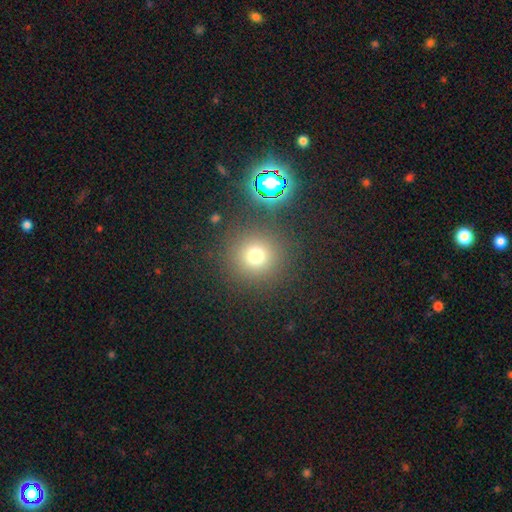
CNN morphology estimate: This appears to be a smooth galaxy with no disk features (71%) that is round (94%). Merging: none (87%).